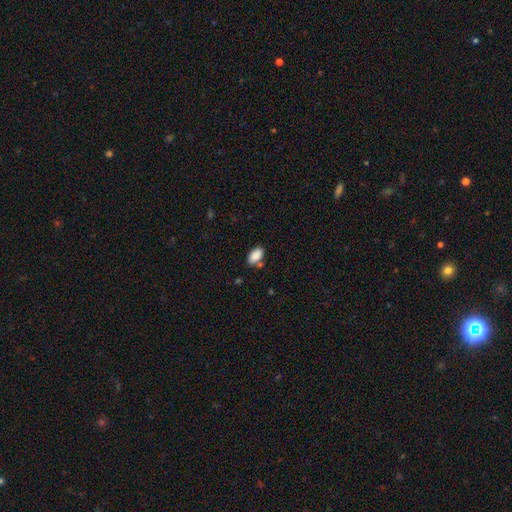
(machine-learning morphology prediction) Smooth or featured?
  - smooth: 89% *
  - star or artifact: 7%
  - featured or disk: 4%
How rounded?
  - in between: 93% *
  - round: 4%
  - cigar-shaped: 3%
Merging?
  - none: 75% *
  - minor disturbance: 14%
  - merger: 7%
  - major disturbance: 3%